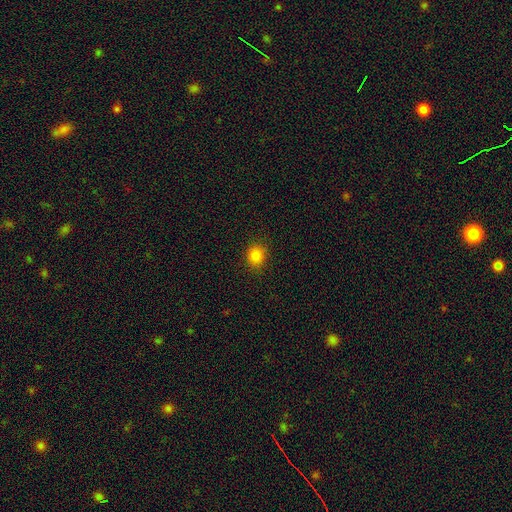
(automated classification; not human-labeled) Q: Smooth or featured?
A: smooth (82%); runner-up: star or artifact (13%)
Q: How rounded?
A: round (73%); runner-up: in between (26%)
Q: Merging?
A: none (89%); runner-up: minor disturbance (8%)